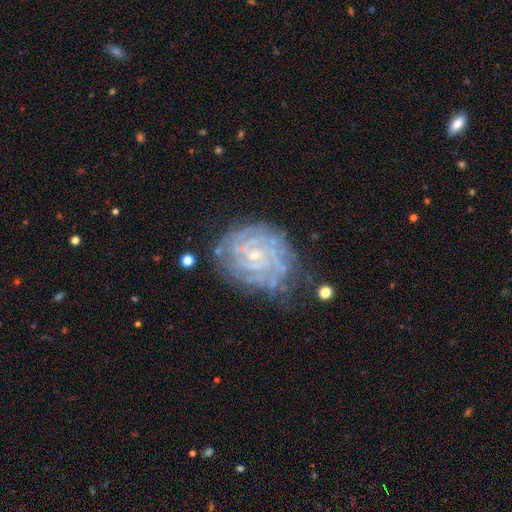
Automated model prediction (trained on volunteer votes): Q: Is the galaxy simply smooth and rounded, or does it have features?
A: featured or disk — 85%.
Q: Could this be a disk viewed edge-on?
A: no — 98%.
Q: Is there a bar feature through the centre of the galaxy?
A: no — 57%.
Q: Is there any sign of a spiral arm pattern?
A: yes — 96%.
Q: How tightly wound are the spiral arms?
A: tight — 80%.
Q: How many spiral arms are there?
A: can't tell — 33%.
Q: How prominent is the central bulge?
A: small — 78%.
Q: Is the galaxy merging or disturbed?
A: none — 71%.